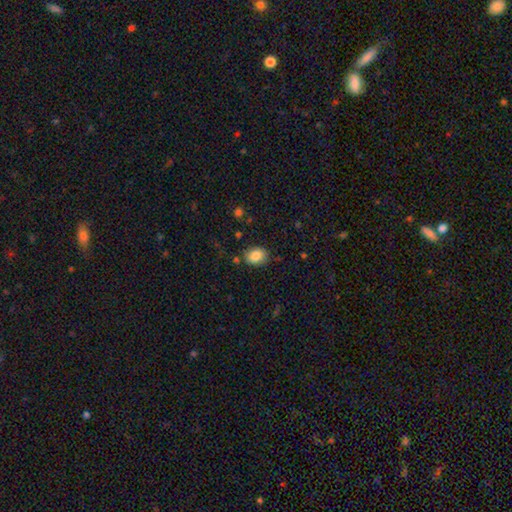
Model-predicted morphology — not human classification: Q: Smooth or featured?
A: smooth (85%); runner-up: star or artifact (8%)
Q: How rounded?
A: in between (63%); runner-up: round (36%)
Q: Merging?
A: none (81%); runner-up: minor disturbance (13%)